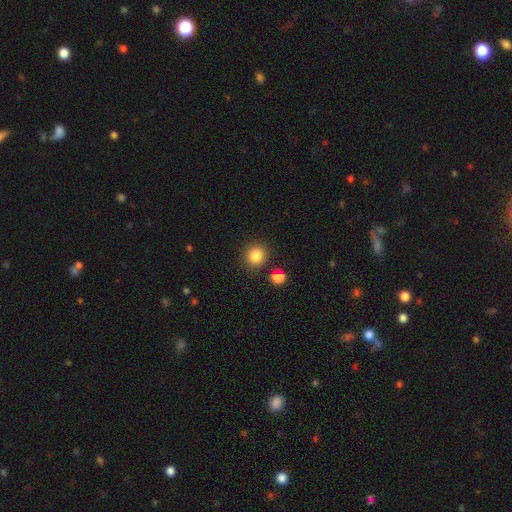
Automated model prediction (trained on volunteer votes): The model was most divided on "smooth or featured": smooth: 84%, star or artifact: 11%, featured or disk: 4%. More confident: how rounded — round (89%); merging — none (86%).